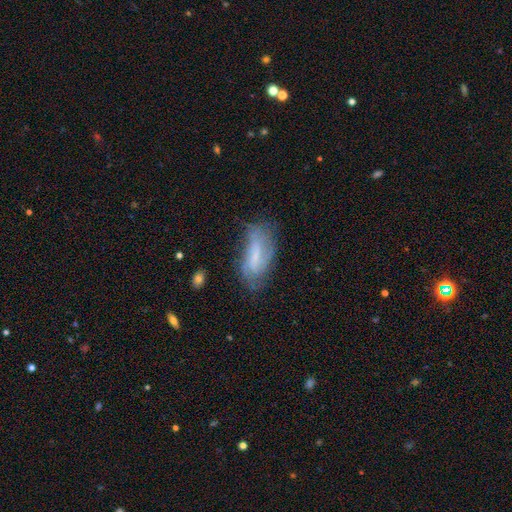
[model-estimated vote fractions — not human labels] Morphology: type=featured or disk (50%); edge-on=no (88%); merging=none (57%).